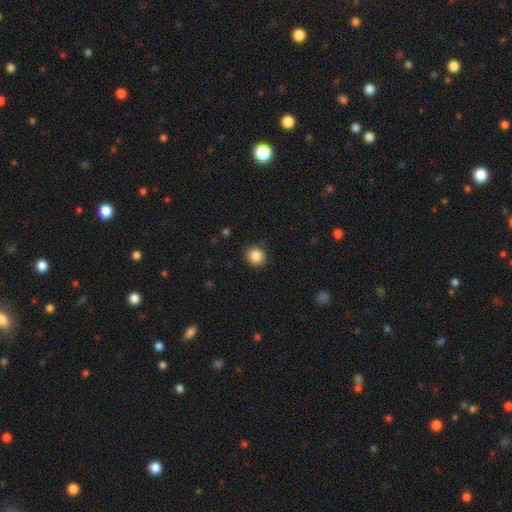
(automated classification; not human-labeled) The model was most divided on "how rounded": round: 86%, in between: 13%, cigar-shaped: 1%. More confident: merging — none (88%); smooth or featured — smooth (86%).